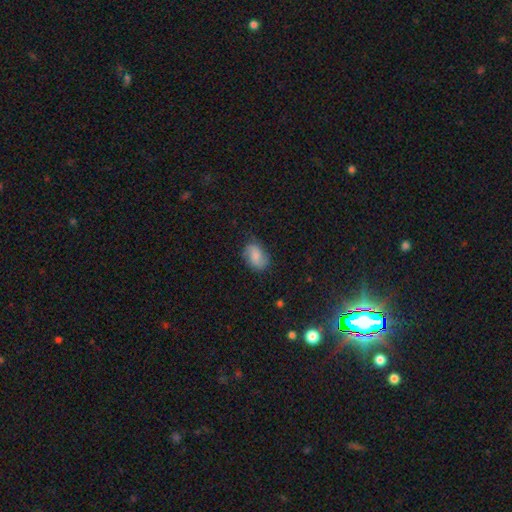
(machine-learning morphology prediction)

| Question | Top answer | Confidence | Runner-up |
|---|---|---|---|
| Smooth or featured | smooth | 64% | featured or disk (28%) |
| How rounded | in between | 78% | round (21%) |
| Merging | none | 70% | minor disturbance (22%) |